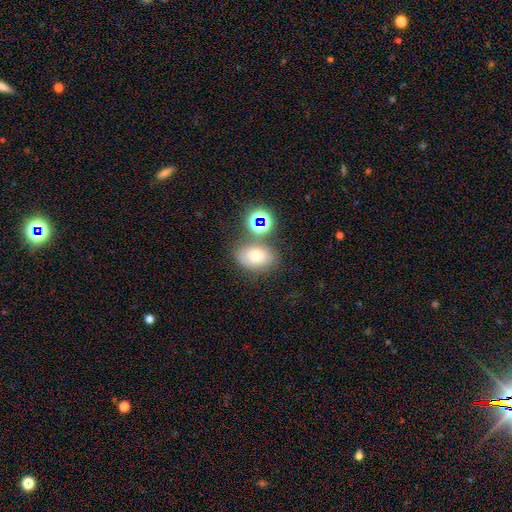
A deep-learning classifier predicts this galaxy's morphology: Q: Smooth or featured?
A: smooth (62%); runner-up: star or artifact (19%)
Q: How rounded?
A: in between (76%); runner-up: round (23%)
Q: Merging?
A: none (64%); runner-up: minor disturbance (16%)